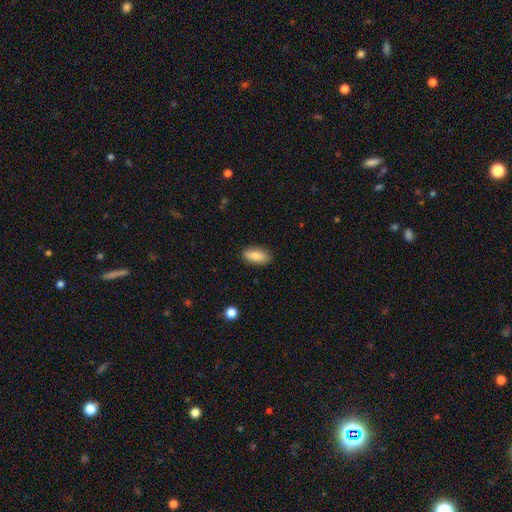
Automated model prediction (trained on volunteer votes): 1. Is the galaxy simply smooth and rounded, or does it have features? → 82% smooth, 11% featured or disk, 7% star or artifact.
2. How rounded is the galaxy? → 80% in between, 17% cigar-shaped, 3% round.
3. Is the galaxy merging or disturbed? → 85% none, 11% minor disturbance, 2% major disturbance, 1% merger.